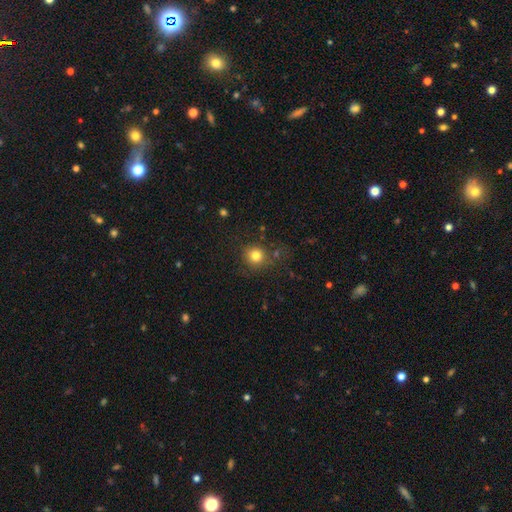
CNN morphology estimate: The model was most divided on "smooth or featured": smooth: 80%, star or artifact: 13%, featured or disk: 7%. More confident: how rounded — round (89%); merging — none (80%).